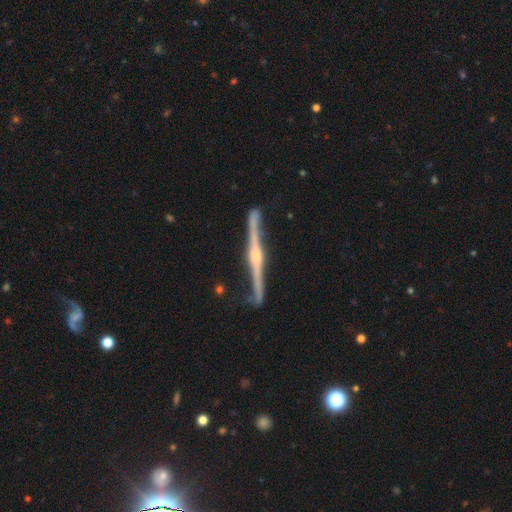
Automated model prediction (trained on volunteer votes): Morphology: type=featured or disk (89%); edge-on=yes (97%); edge-on bulge=rounded (82%); merging=none (81%).